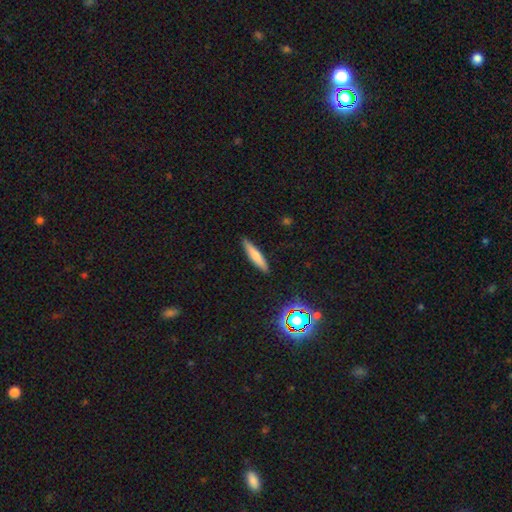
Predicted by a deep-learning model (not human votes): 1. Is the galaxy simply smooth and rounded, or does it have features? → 69% smooth, 22% featured or disk, 9% star or artifact.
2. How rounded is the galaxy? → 86% cigar-shaped, 12% in between, 2% round.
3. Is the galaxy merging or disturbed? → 89% none, 8% minor disturbance, 2% major disturbance, 1% merger.